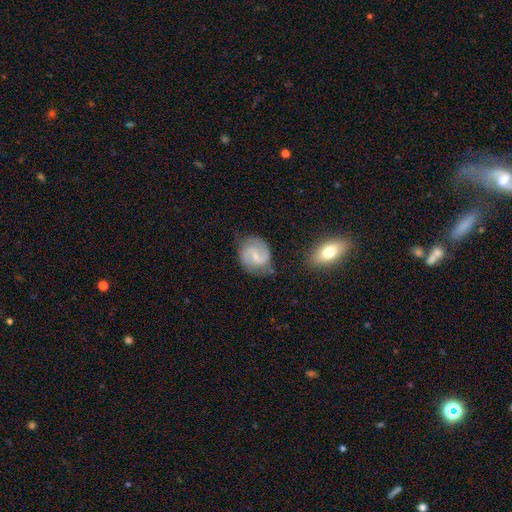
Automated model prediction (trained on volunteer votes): smooth_or_featured: featured or disk (p=0.79) [alt: smooth p=0.15]
disk_edge_on: no (p=0.98) [alt: yes p=0.02]
bar: weak (p=0.57) [alt: no p=0.24]
has_spiral_arms: yes (p=0.95) [alt: no p=0.05]
spiral_winding: medium (p=0.53) [alt: loose p=0.30]
spiral_arm_count: 2 (p=0.91) [alt: can't tell p=0.04]
bulge_size: small (p=0.59) [alt: moderate p=0.22]
merging: none (p=0.75) [alt: minor disturbance p=0.16]